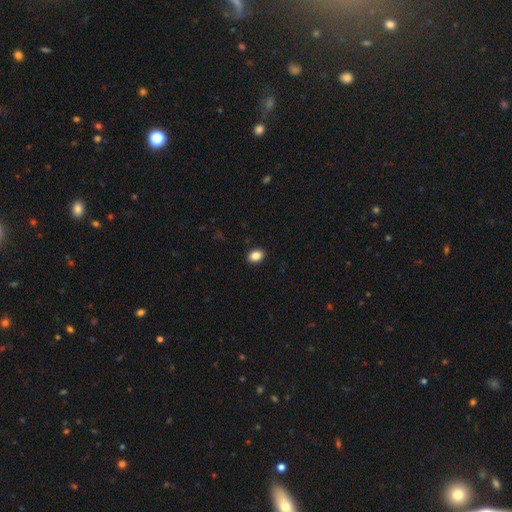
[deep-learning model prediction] This appears to be a smooth galaxy with no disk features (87%) that is in between round and cigar-shaped (71%). Merging: none (91%).